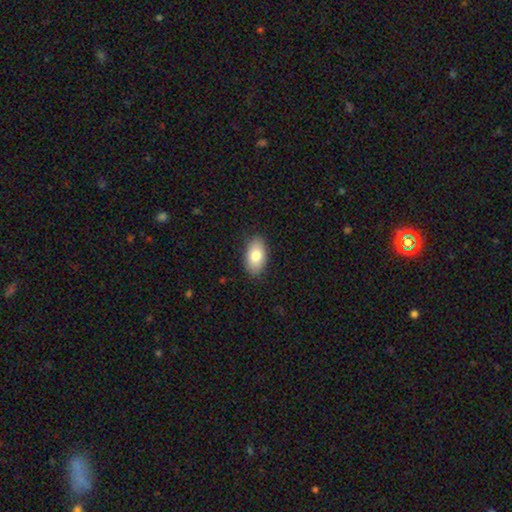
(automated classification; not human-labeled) smooth-or-featured: smooth: 80% | featured or disk: 13% | star or artifact: 7%
  how-rounded: in between: 93% | round: 5% | cigar-shaped: 2%
  merging: none: 86% | minor disturbance: 11% | major disturbance: 2% | merger: 1%